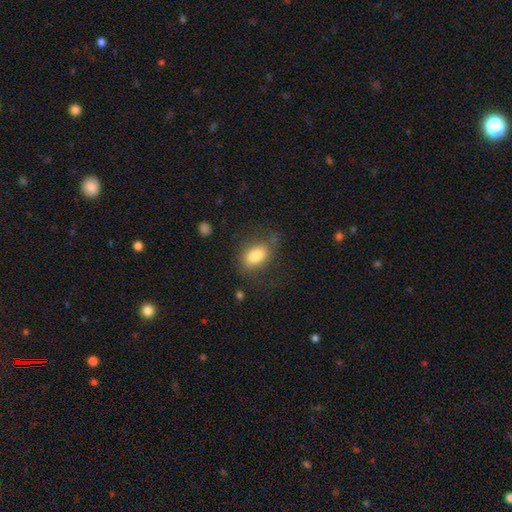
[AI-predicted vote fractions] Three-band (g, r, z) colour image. It shows a smooth galaxy with no disk features (79%) that is in between round and cigar-shaped (86%). Merging: none (63%).